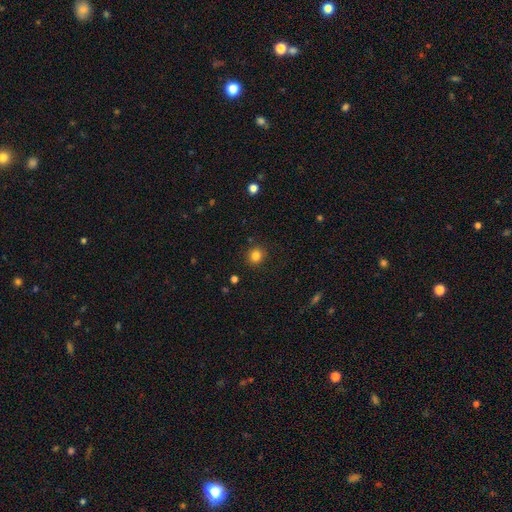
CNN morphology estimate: Smooth or featured? smooth (82%)
How rounded? round (87%)
Merging? none (90%)